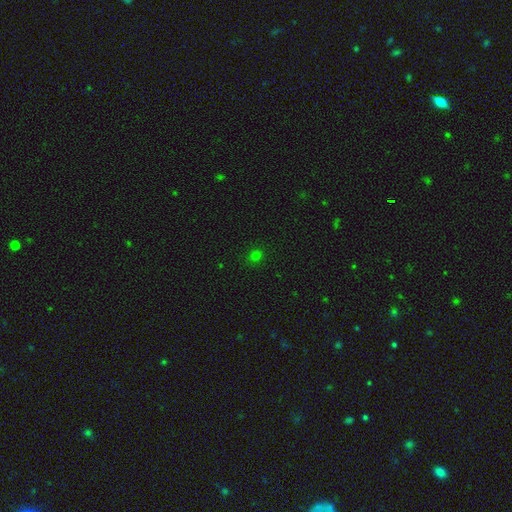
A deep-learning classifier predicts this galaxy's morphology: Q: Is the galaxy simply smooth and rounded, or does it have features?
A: smooth — 73%.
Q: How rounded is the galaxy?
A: round — 84%.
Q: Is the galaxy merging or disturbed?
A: none — 89%.